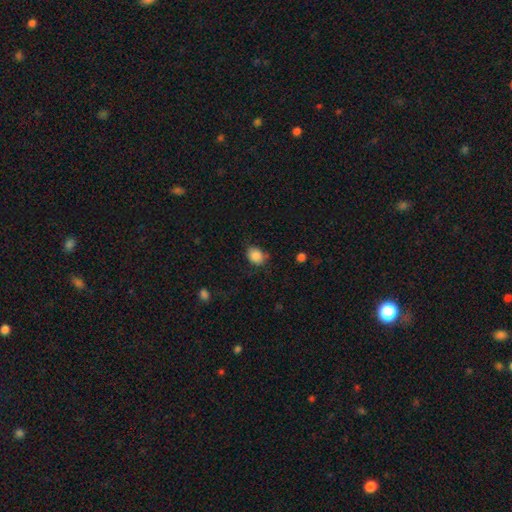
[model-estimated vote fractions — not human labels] Q: Smooth or featured?
A: smooth (86%); runner-up: star or artifact (9%)
Q: How rounded?
A: in between (50%); runner-up: round (49%)
Q: Merging?
A: none (68%); runner-up: minor disturbance (24%)